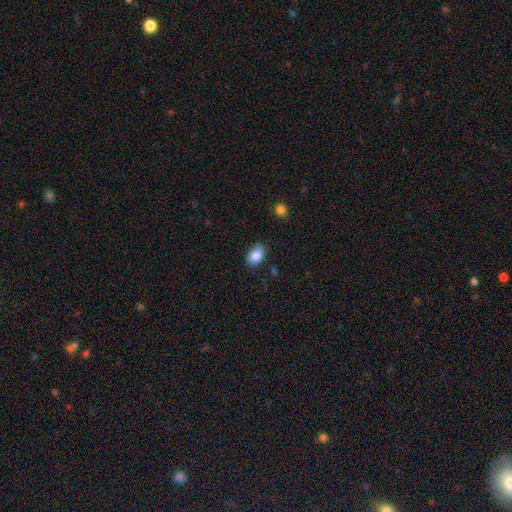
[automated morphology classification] The model was most divided on "merging": none: 72%, minor disturbance: 22%, major disturbance: 4%, merger: 2%. More confident: how rounded — in between (87%); smooth or featured — smooth (85%).